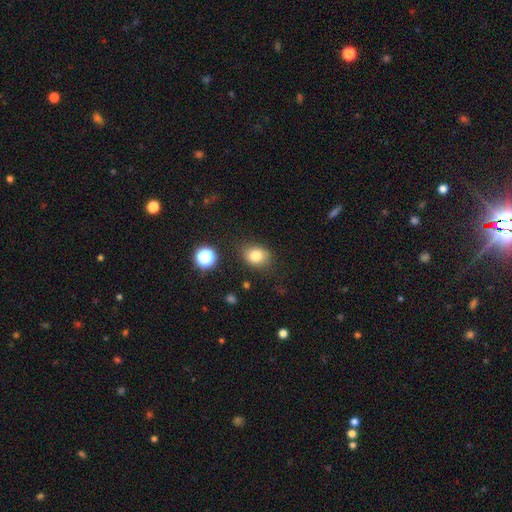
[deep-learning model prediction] Q: Smooth or featured?
A: smooth (79%); runner-up: star or artifact (13%)
Q: How rounded?
A: in between (52%); runner-up: round (47%)
Q: Merging?
A: none (79%); runner-up: minor disturbance (14%)